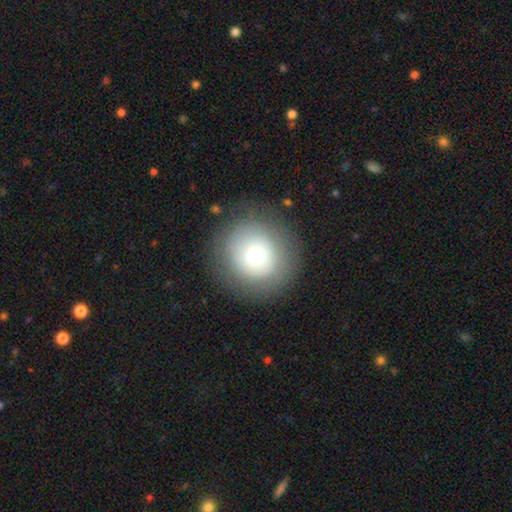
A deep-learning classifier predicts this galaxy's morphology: This appears to be a smooth galaxy with no disk features (66%) that is round (93%). Merging: none (83%).